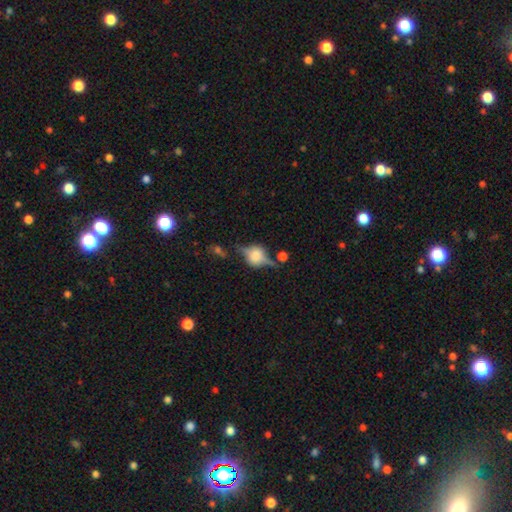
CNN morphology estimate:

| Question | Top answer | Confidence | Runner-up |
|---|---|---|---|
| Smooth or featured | featured or disk | 61% | smooth (29%) |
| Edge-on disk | yes | 91% | no (9%) |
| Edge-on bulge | rounded | 90% | boxy (9%) |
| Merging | none | 66% | minor disturbance (18%) |